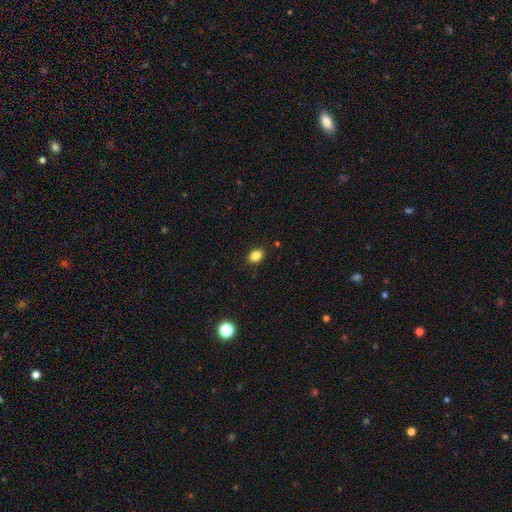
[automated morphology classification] smooth 85%, star or artifact 10%, featured or disk 5%. Down the decision tree: how rounded — in between (77%); merging — none (88%).